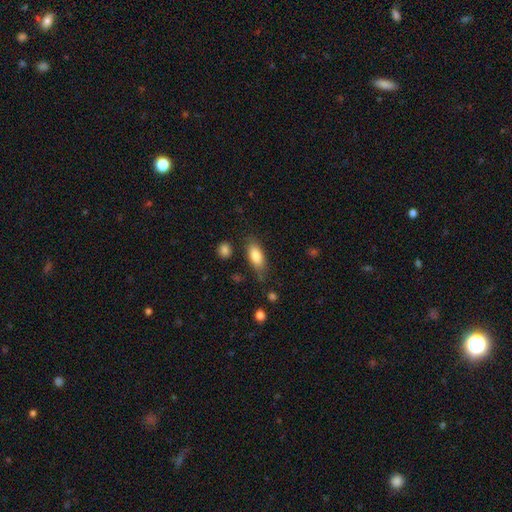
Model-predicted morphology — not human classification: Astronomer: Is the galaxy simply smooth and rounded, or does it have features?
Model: smooth — 82%.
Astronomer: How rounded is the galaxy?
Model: in between — 82%.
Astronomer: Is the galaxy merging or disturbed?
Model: none — 71%.